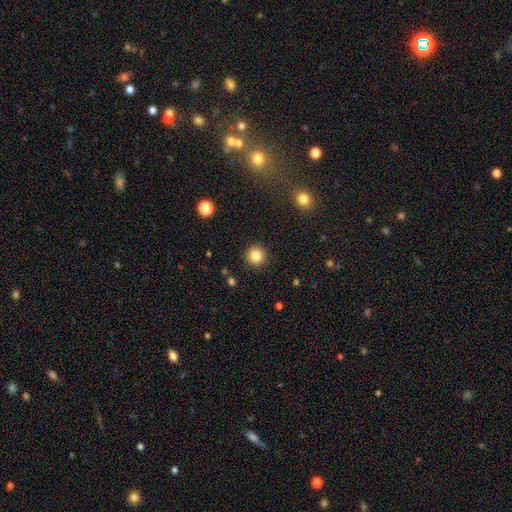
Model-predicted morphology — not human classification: Q: Smooth or featured?
A: smooth (83%); runner-up: star or artifact (11%)
Q: How rounded?
A: round (95%); runner-up: in between (4%)
Q: Merging?
A: none (92%); runner-up: minor disturbance (5%)